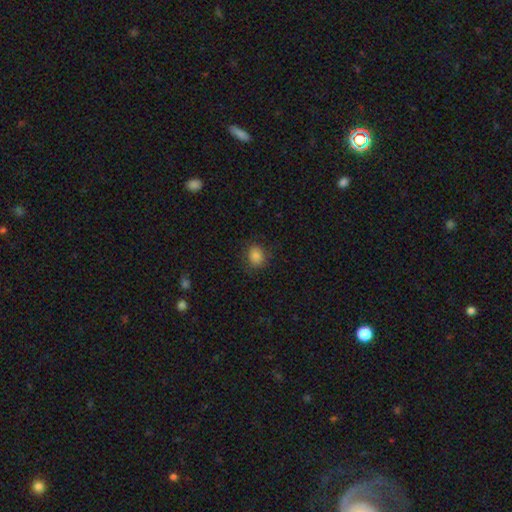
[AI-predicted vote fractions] Smooth or featured? smooth (84%)
How rounded? round (60%)
Merging? none (81%)